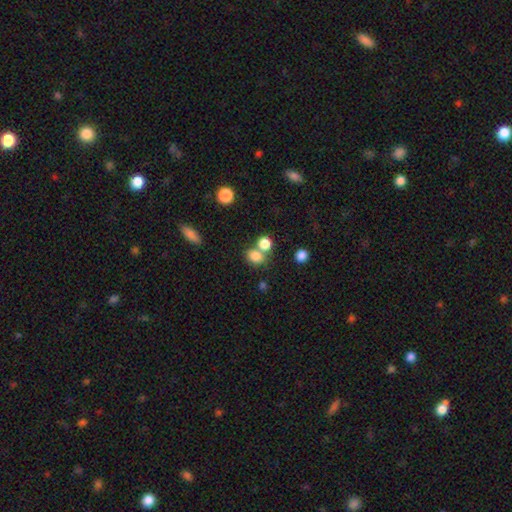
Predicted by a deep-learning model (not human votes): A smooth galaxy with no disk features (80%) that is round (54%).

Vote fractions:
- Smooth or featured? smooth: 80% / star or artifact: 12% / featured or disk: 7%
- How rounded? round: 54% / in between: 45% / cigar-shaped: 1%
- Merging? none: 49% / merger: 38% / minor disturbance: 9% / major disturbance: 4%